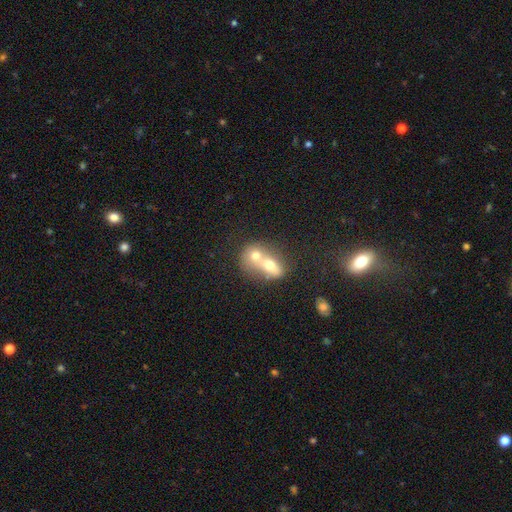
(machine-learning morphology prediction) A smooth galaxy with no disk features (63%) that is in between round and cigar-shaped (50%).

Vote fractions:
- Smooth or featured? smooth: 63% / featured or disk: 28% / star or artifact: 9%
- How rounded? in between: 50% / round: 48% / cigar-shaped: 3%
- Merging? merger: 78% / none: 13% / minor disturbance: 5% / major disturbance: 3%